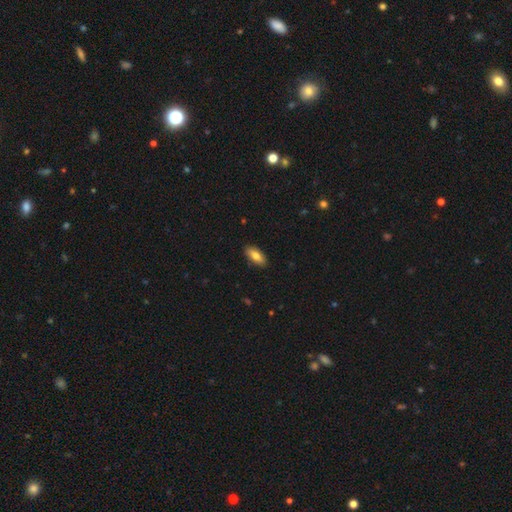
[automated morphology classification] This appears to be a smooth galaxy with no disk features (77%) that is in between round and cigar-shaped (83%). Merging: none (88%).